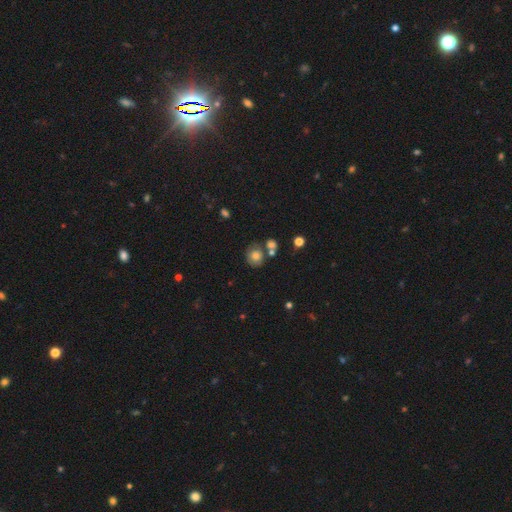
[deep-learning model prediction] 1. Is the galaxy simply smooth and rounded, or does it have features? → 76% smooth, 13% star or artifact, 12% featured or disk.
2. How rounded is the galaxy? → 84% round, 15% in between, 1% cigar-shaped.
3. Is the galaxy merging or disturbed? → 65% none, 19% merger, 12% minor disturbance, 4% major disturbance.